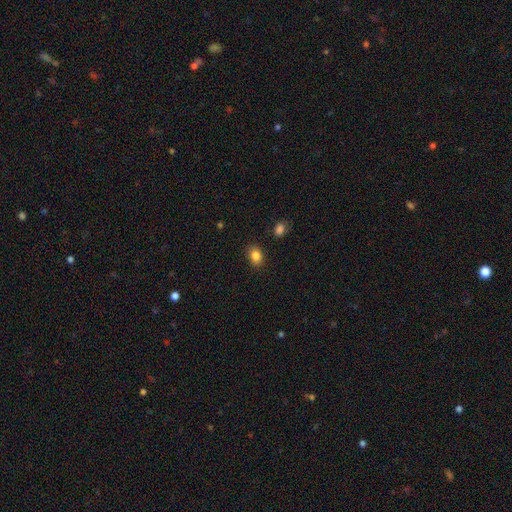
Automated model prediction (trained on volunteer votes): Q: Smooth or featured?
A: smooth (85%); runner-up: star or artifact (10%)
Q: How rounded?
A: in between (70%); runner-up: round (29%)
Q: Merging?
A: none (84%); runner-up: minor disturbance (11%)